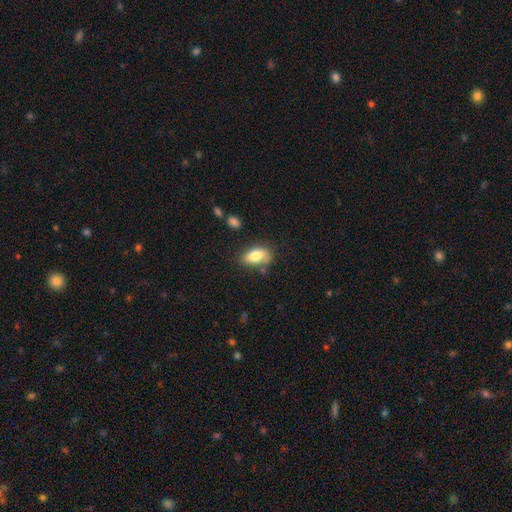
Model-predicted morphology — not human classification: This is likely a smooth galaxy (80%). How rounded: clearly in between (89%). Merging: likely none (66%).